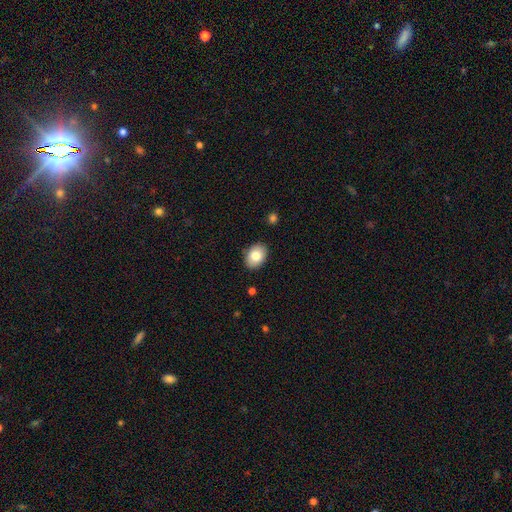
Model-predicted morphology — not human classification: type=smooth (82%); roundness=in between (78%); merging=none (88%).